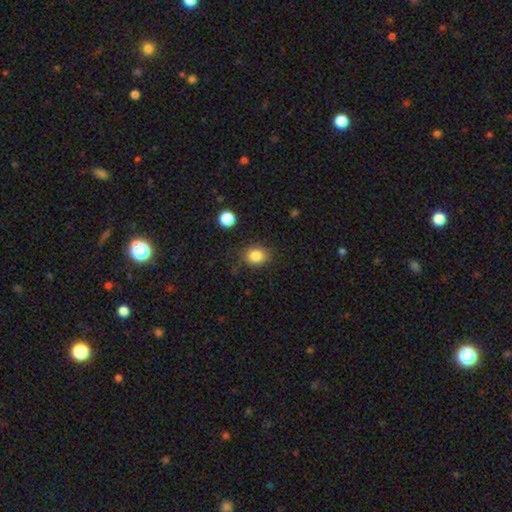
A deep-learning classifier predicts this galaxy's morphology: A smooth galaxy with no disk features (84%) that is round (65%).

Vote fractions:
- Smooth or featured? smooth: 84% / star or artifact: 11% / featured or disk: 5%
- How rounded? round: 65% / in between: 34% / cigar-shaped: 1%
- Merging? none: 79% / minor disturbance: 14% / major disturbance: 4% / merger: 2%